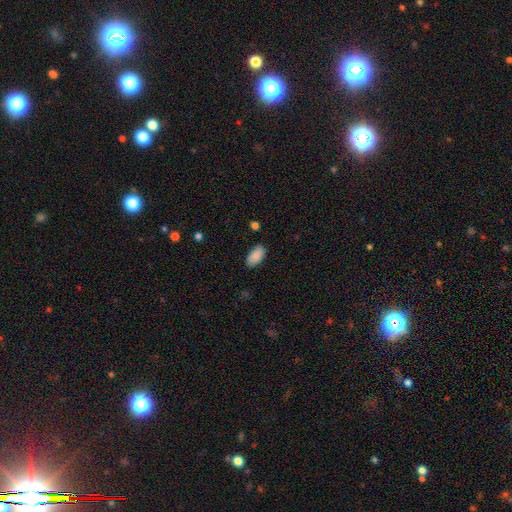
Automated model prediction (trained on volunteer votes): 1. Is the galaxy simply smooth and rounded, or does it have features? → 90% smooth, 7% star or artifact, 4% featured or disk.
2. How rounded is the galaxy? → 95% in between, 3% cigar-shaped, 2% round.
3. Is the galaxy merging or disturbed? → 85% none, 11% minor disturbance, 3% major disturbance, 1% merger.